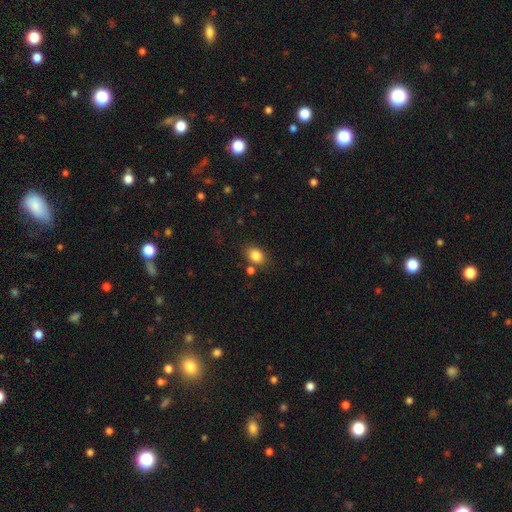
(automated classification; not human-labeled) A smooth galaxy with no disk features (84%) that is in between round and cigar-shaped (67%).

Vote fractions:
- Smooth or featured? smooth: 84% / star or artifact: 10% / featured or disk: 6%
- How rounded? in between: 67% / round: 32% / cigar-shaped: 1%
- Merging? none: 74% / minor disturbance: 13% / merger: 9% / major disturbance: 4%